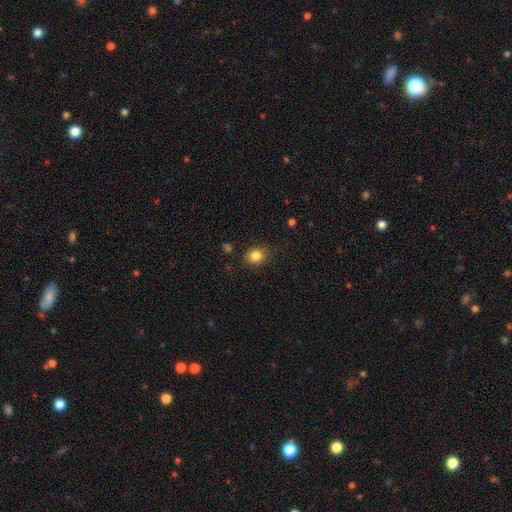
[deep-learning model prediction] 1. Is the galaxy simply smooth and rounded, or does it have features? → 84% smooth, 11% star or artifact, 5% featured or disk.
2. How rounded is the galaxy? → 71% round, 28% in between, 1% cigar-shaped.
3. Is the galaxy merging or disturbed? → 84% none, 11% minor disturbance, 3% major disturbance, 2% merger.